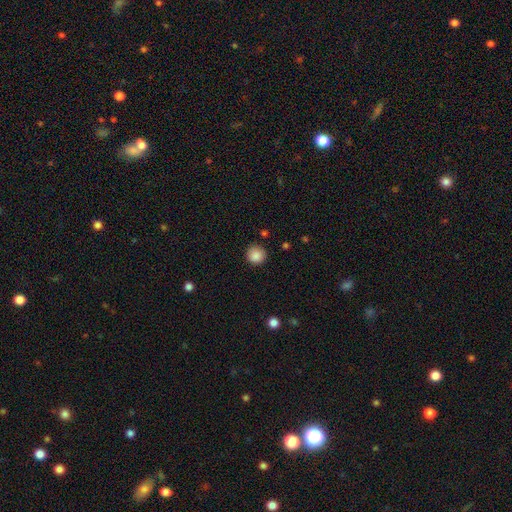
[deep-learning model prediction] The model was most divided on "smooth or featured": smooth: 87%, star or artifact: 9%, featured or disk: 3%. More confident: how rounded — round (93%); merging — none (87%).